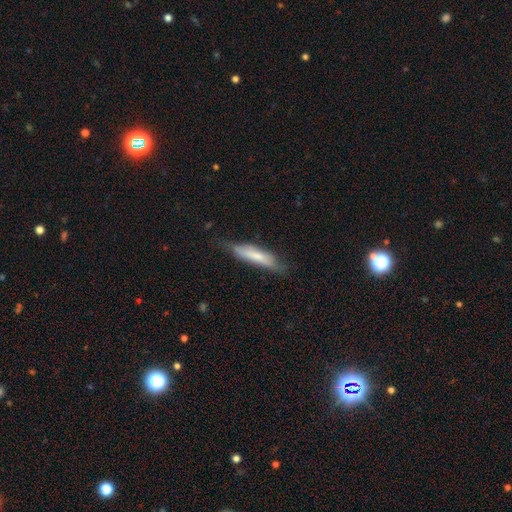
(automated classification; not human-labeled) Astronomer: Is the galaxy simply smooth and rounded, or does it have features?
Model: smooth — 66%.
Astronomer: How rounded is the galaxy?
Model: cigar-shaped — 78%.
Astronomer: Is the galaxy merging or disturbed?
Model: none — 64%.